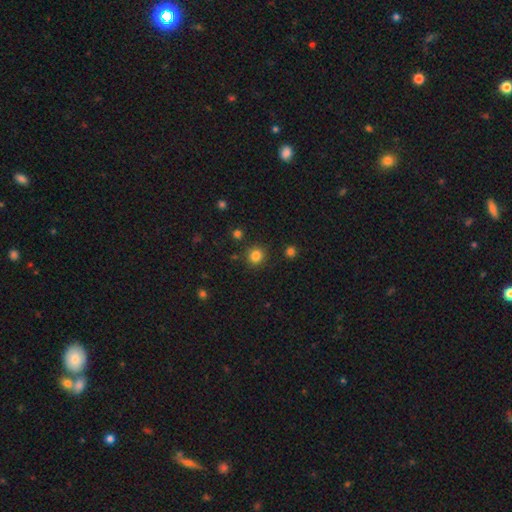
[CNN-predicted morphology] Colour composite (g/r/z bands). It shows a smooth galaxy with no disk features (83%) that is round (88%). Merging: none (87%).